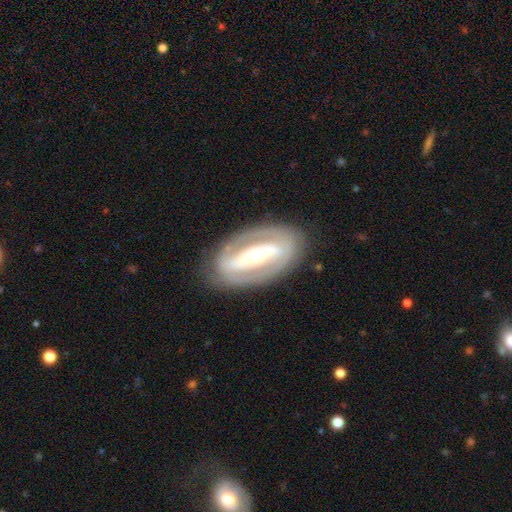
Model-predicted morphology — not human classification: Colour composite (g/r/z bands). It shows a featured or disk galaxy (81%) with a strong bar (69%), spiral arms (62%) and a moderate central bulge (47%). Merging: none (82%).